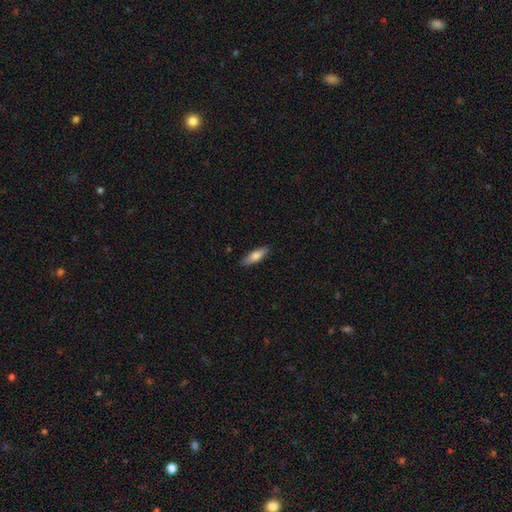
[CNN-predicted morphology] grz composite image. It shows a smooth galaxy with no disk features (75%) that is in between round and cigar-shaped (49%, tied with cigar-shaped). Merging: none (87%).